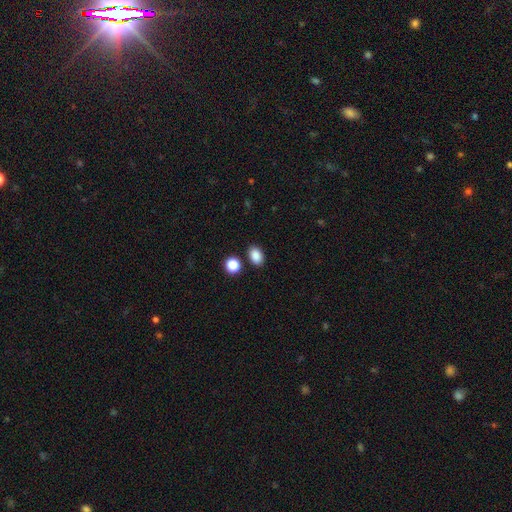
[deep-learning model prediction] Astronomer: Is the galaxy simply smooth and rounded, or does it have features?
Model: smooth — 87%.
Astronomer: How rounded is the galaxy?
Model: in between — 81%.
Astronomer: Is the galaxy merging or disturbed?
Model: none — 84%.